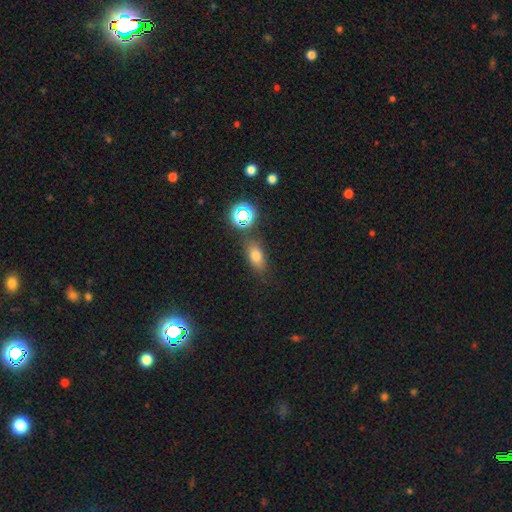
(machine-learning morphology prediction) Q: Smooth or featured?
A: smooth (69%); runner-up: star or artifact (19%)
Q: How rounded?
A: in between (73%); runner-up: round (18%)
Q: Merging?
A: none (77%); runner-up: minor disturbance (12%)